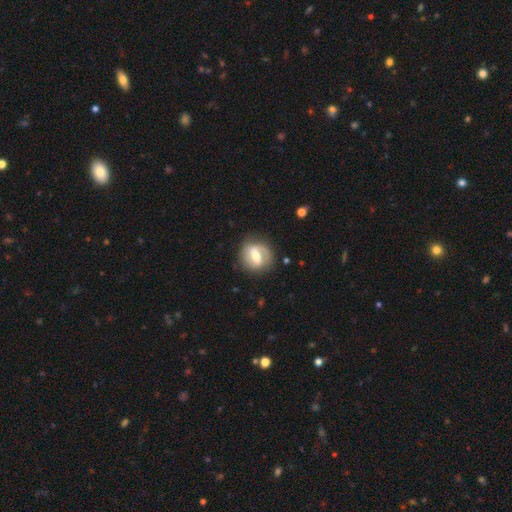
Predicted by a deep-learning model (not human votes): Morphology: type=featured or disk (69%); edge-on=no (96%); bar=weak (44%); spiral arms=yes (81%); winding=medium (41%); arm count=2 (73%); bulge=moderate (64%); merging=none (78%).